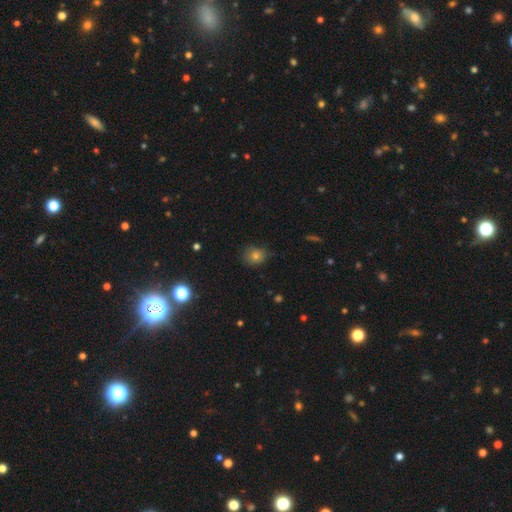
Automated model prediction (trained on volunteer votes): A smooth galaxy with no disk features (76%) that is round (74%).

Vote fractions:
- Smooth or featured? smooth: 76% / star or artifact: 16% / featured or disk: 8%
- How rounded? round: 74% / in between: 25% / cigar-shaped: 1%
- Merging? none: 74% / minor disturbance: 20% / major disturbance: 5% / merger: 2%